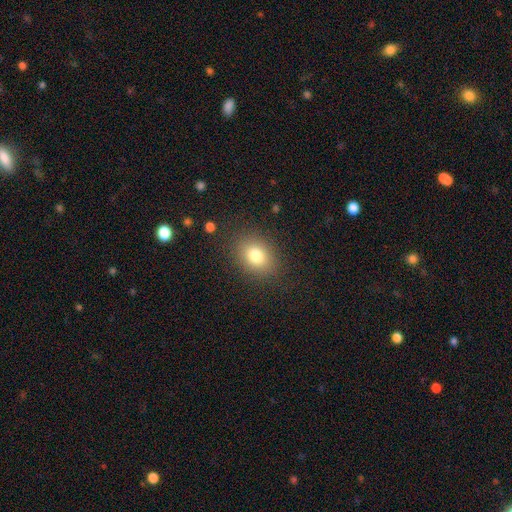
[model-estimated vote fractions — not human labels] Smooth or featured? Predicted: smooth (p=0.80). How rounded? Predicted: in between (p=0.59). Merging? Predicted: none (p=0.84).